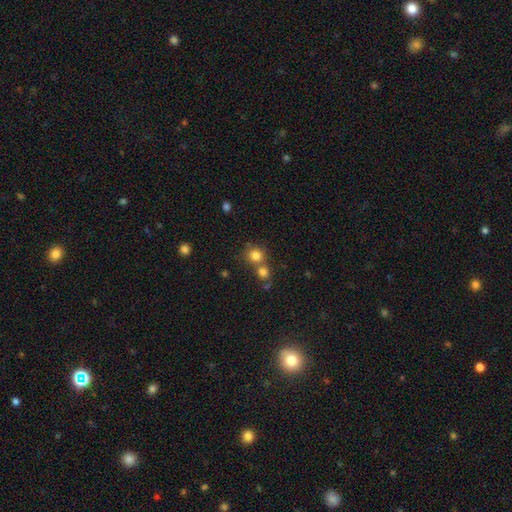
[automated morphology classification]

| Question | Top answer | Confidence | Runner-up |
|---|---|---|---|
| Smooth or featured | smooth | 81% | star or artifact (12%) |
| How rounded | round | 87% | in between (12%) |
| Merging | none | 55% | merger (34%) |